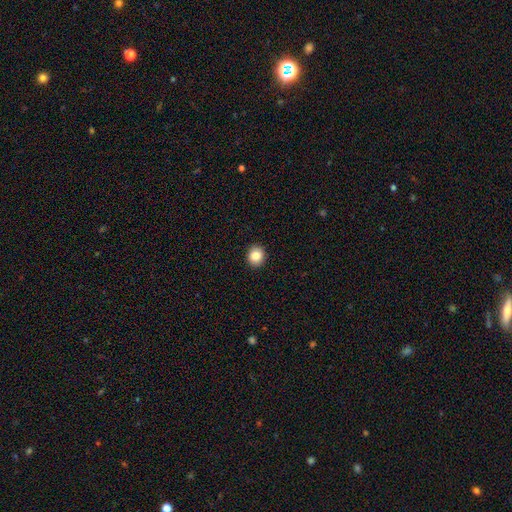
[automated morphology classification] This appears to be a smooth galaxy with no disk features (84%) that is round (79%). Merging: none (92%).